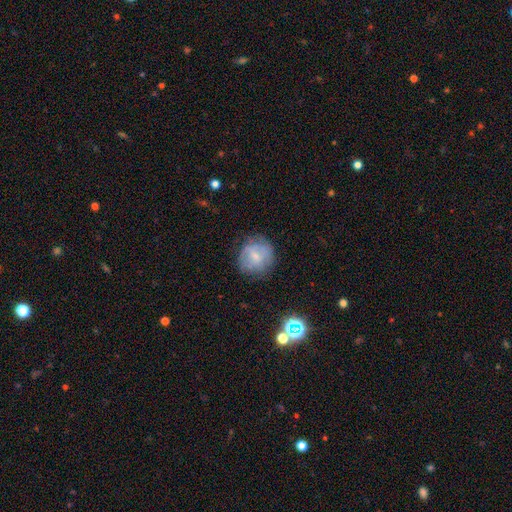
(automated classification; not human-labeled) Overall: smooth (53%; featured or disk 38%). How rounded: round (85%). Merging: none (70%).